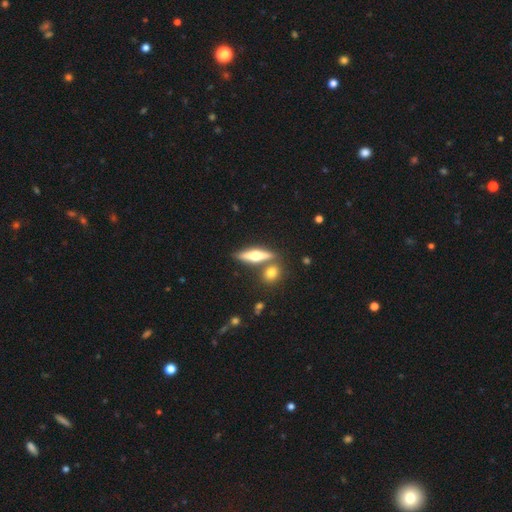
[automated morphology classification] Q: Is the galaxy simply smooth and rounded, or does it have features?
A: featured or disk — 56%.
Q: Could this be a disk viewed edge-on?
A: yes — 93%.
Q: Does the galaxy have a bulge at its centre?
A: rounded — 94%.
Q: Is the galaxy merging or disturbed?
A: none — 71%.